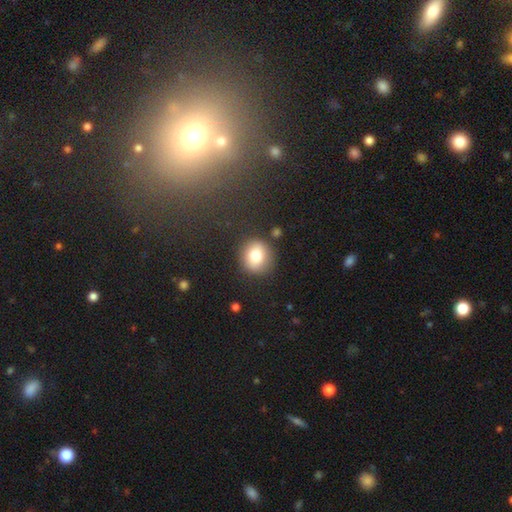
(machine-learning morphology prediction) smooth 78%, featured or disk 12%, star or artifact 10%. Down the decision tree: how rounded — round (82%); merging — none (85%).